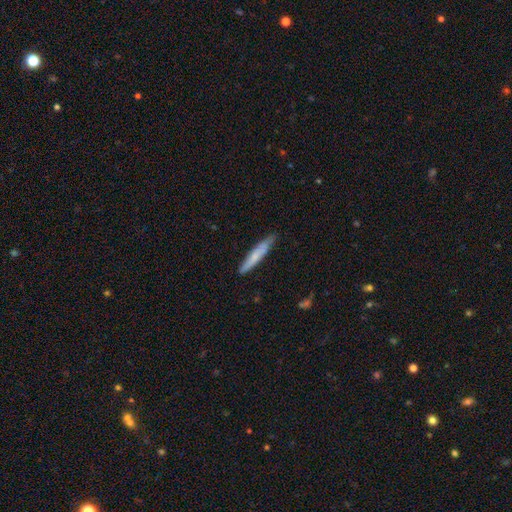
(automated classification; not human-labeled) Smooth or featured: smooth — 68% (featured or disk — 26%)
How rounded: cigar-shaped — 93% (in between — 6%)
Merging: none — 83% (minor disturbance — 14%)